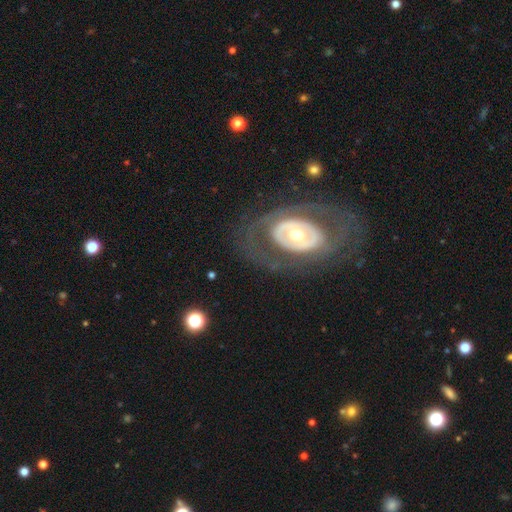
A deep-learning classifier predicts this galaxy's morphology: This appears to be a featured or disk galaxy (74%) with no bar (57%), spiral arms (58%) and a moderate central bulge (47%). Merging: none (78%).